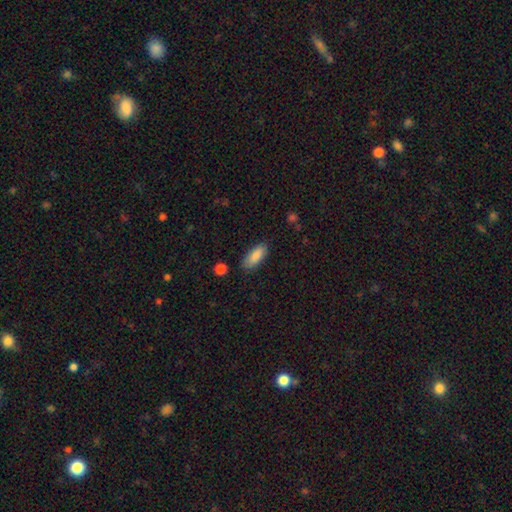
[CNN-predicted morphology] This appears to be a smooth galaxy with no disk features (87%) that is in between round and cigar-shaped (78%). Merging: none (84%).